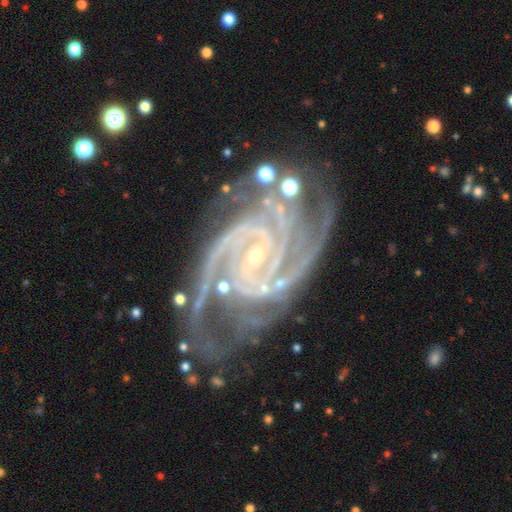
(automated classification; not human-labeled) Smooth or featured? Predicted: featured or disk (p=0.93). Edge-on disk? Predicted: no (p=0.98). Bar? Predicted: no (p=0.45). Spiral arms? Predicted: yes (p=0.99). Spiral winding? Predicted: tight (p=0.68). Spiral arm count? Predicted: 3 (p=0.27). Bulge size? Predicted: small (p=0.83). Merging? Predicted: none (p=0.66).